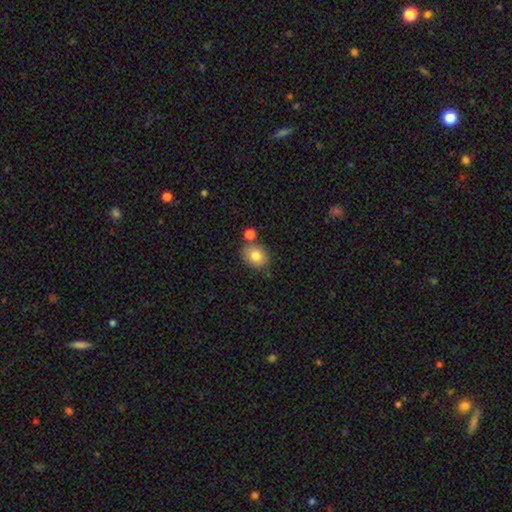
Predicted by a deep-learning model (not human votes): Morphology: type=smooth (81%); roundness=in between (53%); merging=none (70%).